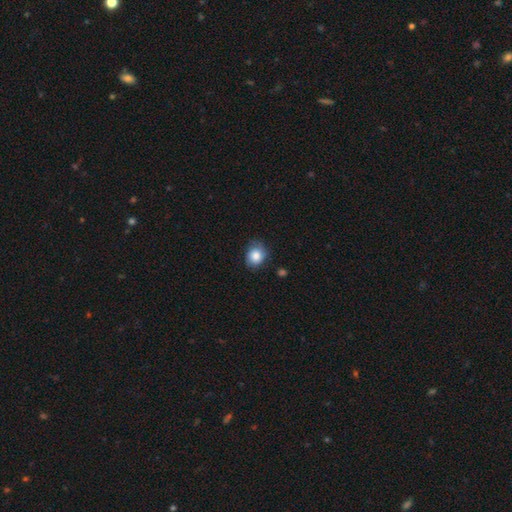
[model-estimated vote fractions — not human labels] Smooth or featured: smooth — 83% (featured or disk — 9%)
How rounded: round — 63% (in between — 36%)
Merging: none — 75% (minor disturbance — 19%)